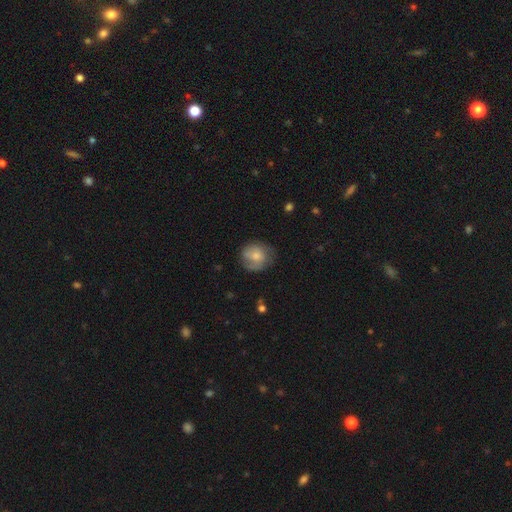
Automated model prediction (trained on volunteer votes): Morphology: type=smooth (65%); roundness=round (79%); merging=none (62%).